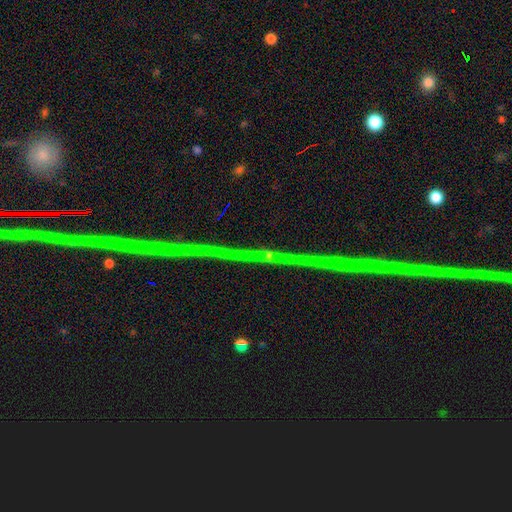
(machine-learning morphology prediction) Smooth or featured? star or artifact (88%)